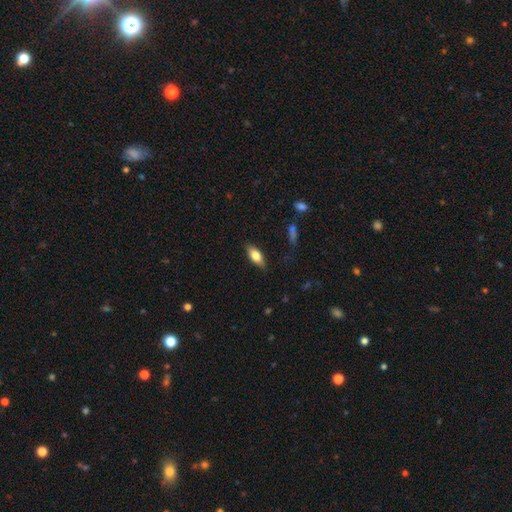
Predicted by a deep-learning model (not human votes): Smooth or featured? Predicted: smooth (p=0.70). How rounded? Predicted: in between (p=0.76). Merging? Predicted: none (p=0.83).